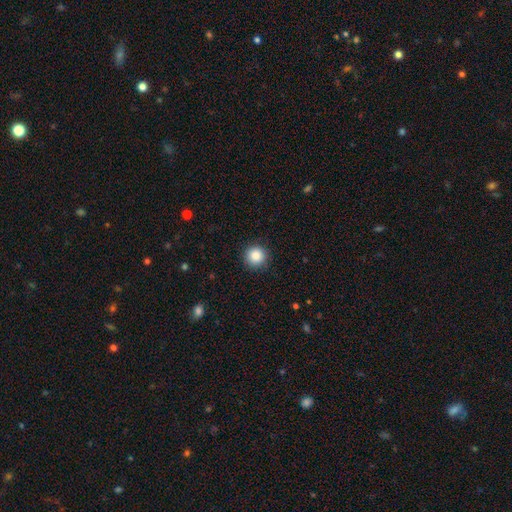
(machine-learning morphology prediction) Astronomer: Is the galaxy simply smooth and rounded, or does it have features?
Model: smooth — 87%.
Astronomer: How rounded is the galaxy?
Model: round — 95%.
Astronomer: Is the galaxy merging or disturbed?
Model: none — 91%.